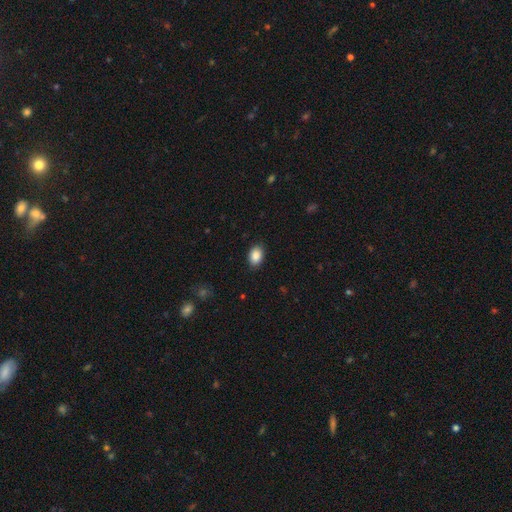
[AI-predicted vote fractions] The model was most divided on "how rounded": in between: 83%, round: 16%, cigar-shaped: 1%. More confident: smooth or featured — smooth (88%); merging — none (88%).